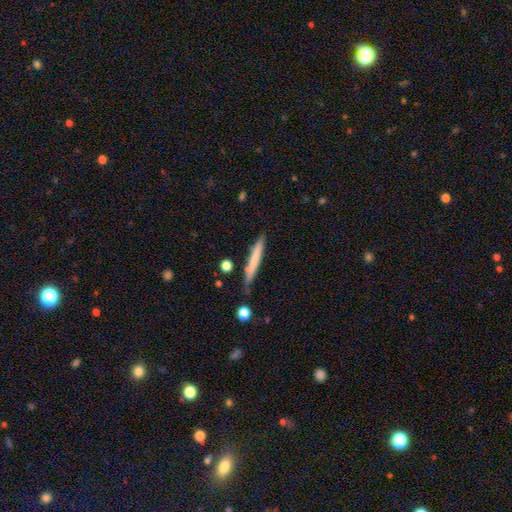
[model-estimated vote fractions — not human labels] A smooth galaxy with no disk features (56%) that is cigar-shaped (93%).

Vote fractions:
- Smooth or featured? smooth: 56% / featured or disk: 32% / star or artifact: 11%
- How rounded? cigar-shaped: 93% / in between: 4% / round: 3%
- Merging? none: 86% / minor disturbance: 9% / merger: 3% / major disturbance: 2%